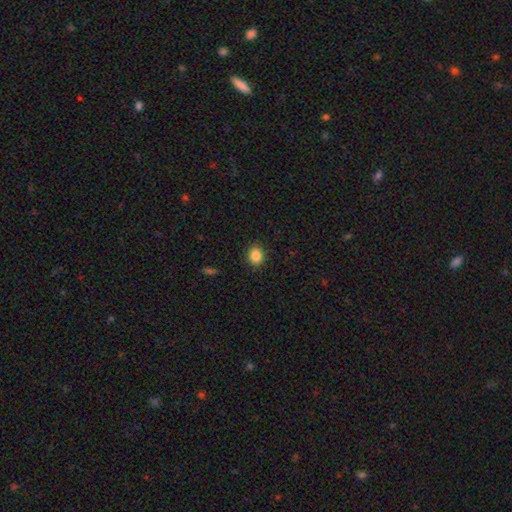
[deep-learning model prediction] Overall: smooth (86%). How rounded: round (67%; in between 32%). Merging: none (89%).